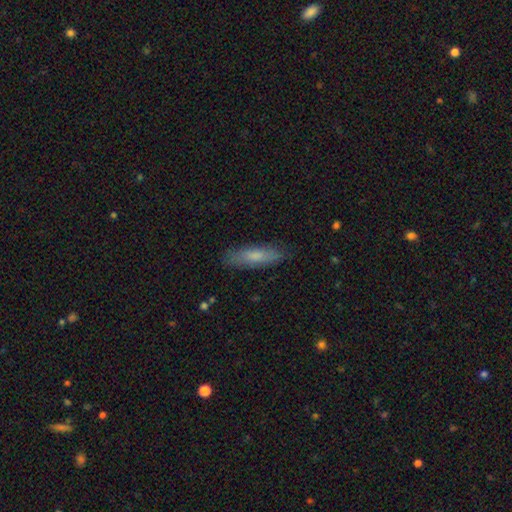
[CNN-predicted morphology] Smooth or featured: smooth — 73% (featured or disk — 21%)
How rounded: cigar-shaped — 64% (in between — 34%)
Merging: none — 85% (minor disturbance — 12%)